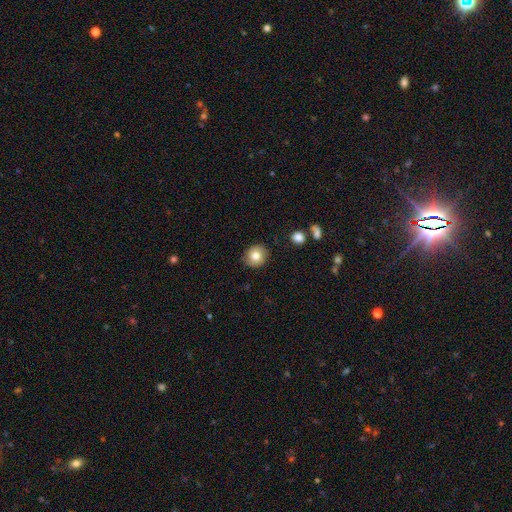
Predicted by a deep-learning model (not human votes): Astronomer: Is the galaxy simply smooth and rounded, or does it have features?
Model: smooth — 80%.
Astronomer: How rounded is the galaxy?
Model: round — 85%.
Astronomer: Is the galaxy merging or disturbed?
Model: none — 87%.